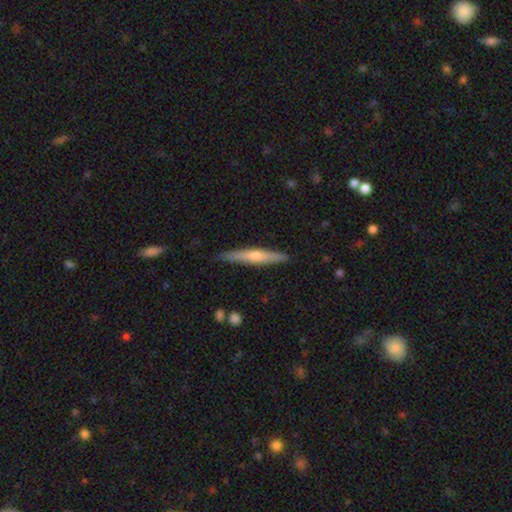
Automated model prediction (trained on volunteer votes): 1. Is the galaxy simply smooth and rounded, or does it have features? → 65% featured or disk, 29% smooth, 6% star or artifact.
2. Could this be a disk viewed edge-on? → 97% yes, 3% no.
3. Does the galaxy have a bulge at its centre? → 84% rounded, 11% none, 5% boxy.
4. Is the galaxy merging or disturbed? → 89% none, 8% minor disturbance, 1% major disturbance, 1% merger.